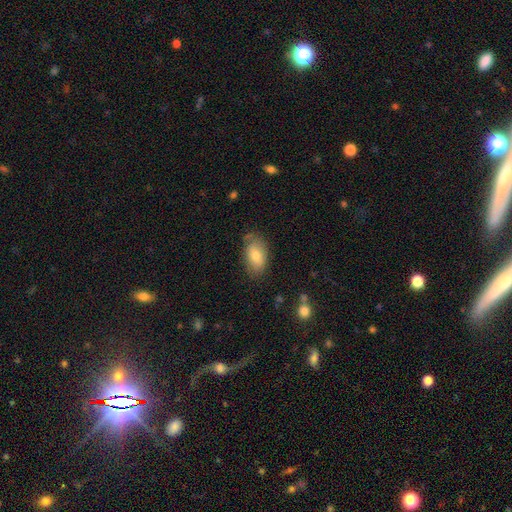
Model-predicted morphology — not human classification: This appears to be a smooth galaxy with no disk features (75%) that is in between round and cigar-shaped (92%). Merging: none (73%).